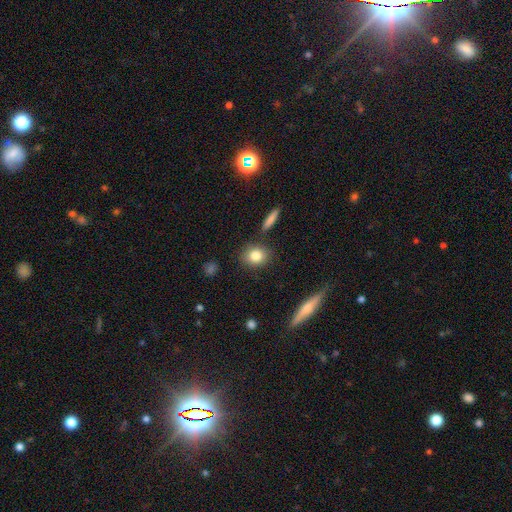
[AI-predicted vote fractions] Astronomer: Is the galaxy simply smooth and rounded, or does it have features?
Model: smooth — 83%.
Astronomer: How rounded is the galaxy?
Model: round — 67%.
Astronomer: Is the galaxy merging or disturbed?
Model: none — 84%.